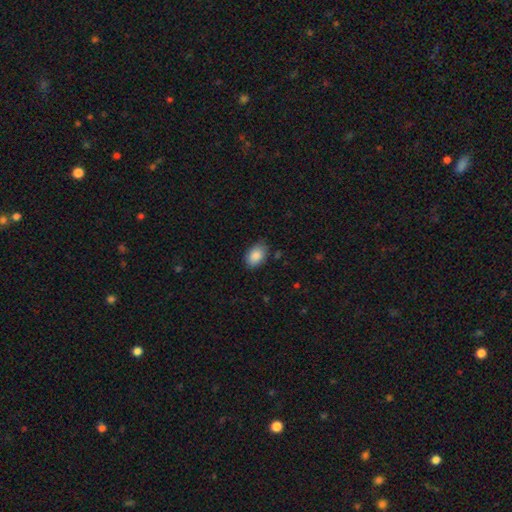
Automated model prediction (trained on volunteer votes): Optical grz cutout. It shows a smooth galaxy with no disk features (88%) that is in between round and cigar-shaped (87%). Merging: none (79%).